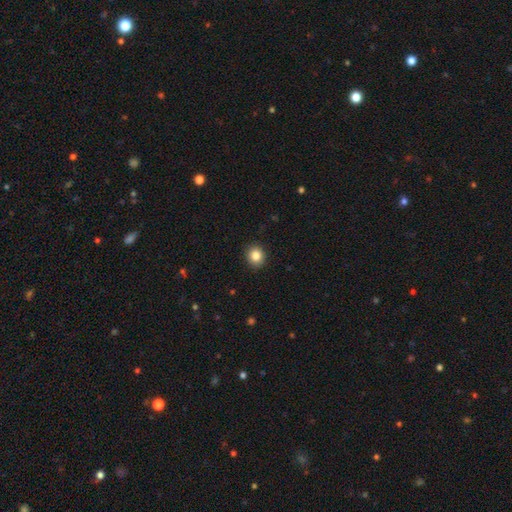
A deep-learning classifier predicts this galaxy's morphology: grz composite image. It shows a smooth galaxy with no disk features (85%) that is round (83%). Merging: none (90%).